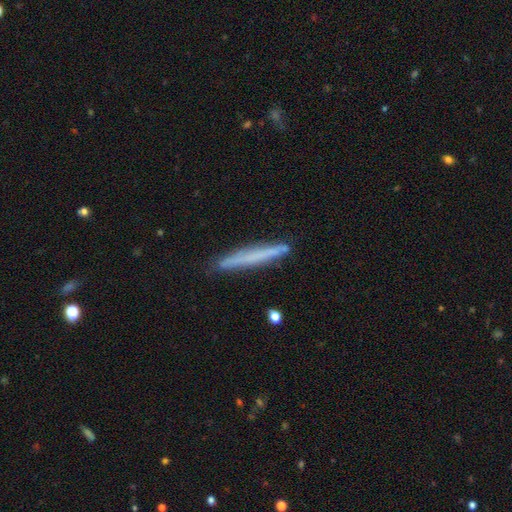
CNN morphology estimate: The model was most divided on "smooth or featured": smooth: 59%, featured or disk: 34%, star or artifact: 7%. More confident: how rounded — cigar-shaped (97%); merging — none (89%).